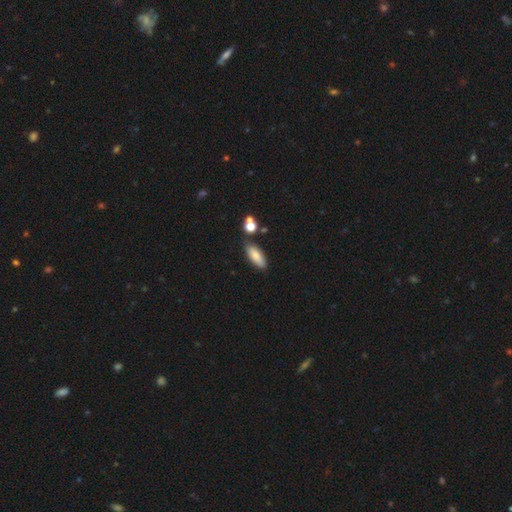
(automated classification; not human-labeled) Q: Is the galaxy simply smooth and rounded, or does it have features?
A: smooth — 80%.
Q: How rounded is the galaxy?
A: in between — 73%.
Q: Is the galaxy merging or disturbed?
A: none — 79%.